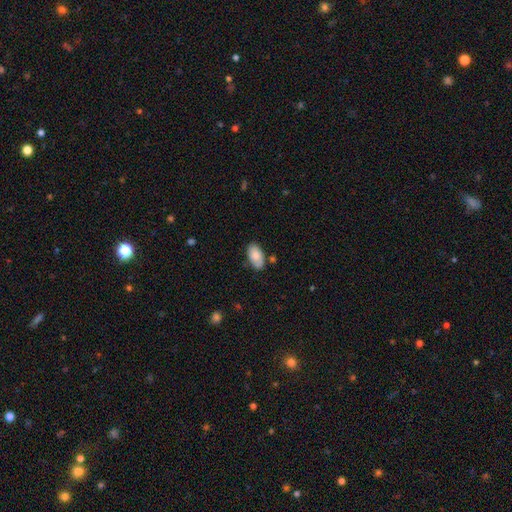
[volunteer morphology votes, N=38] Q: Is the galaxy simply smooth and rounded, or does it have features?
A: smooth — 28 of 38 (74%).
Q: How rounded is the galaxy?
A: in between — 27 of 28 (96%).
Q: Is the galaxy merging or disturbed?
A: none — 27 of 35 (77%).